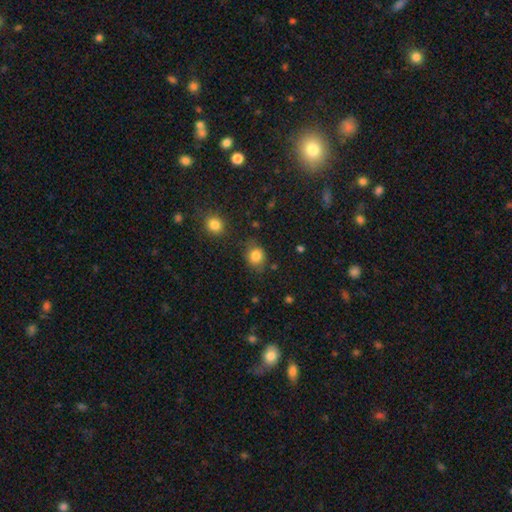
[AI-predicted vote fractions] A smooth galaxy with no disk features (83%) that is round (64%).

Vote fractions:
- Smooth or featured? smooth: 83% / star or artifact: 10% / featured or disk: 7%
- How rounded? round: 64% / in between: 35% / cigar-shaped: 1%
- Merging? none: 74% / minor disturbance: 18% / major disturbance: 5% / merger: 3%